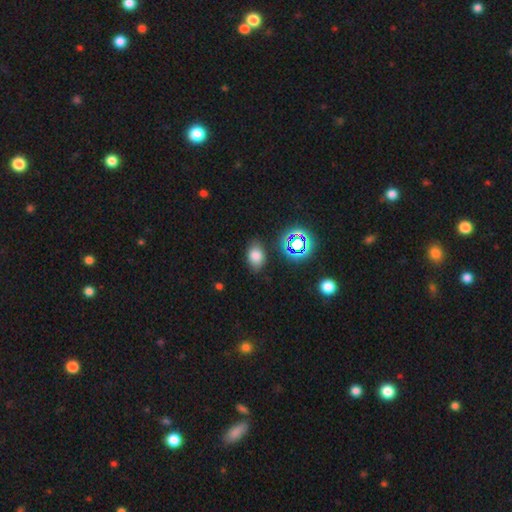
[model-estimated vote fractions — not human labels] This is likely a smooth galaxy (74%). How rounded: clearly in between (80%). Merging: likely none (79%).